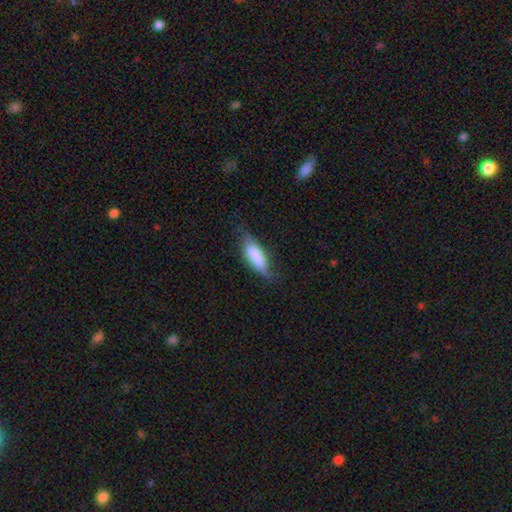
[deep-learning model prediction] smooth-or-featured: smooth: 76% | featured or disk: 18% | star or artifact: 6%
  how-rounded: in between: 65% | cigar-shaped: 33% | round: 2%
  merging: none: 57% | minor disturbance: 31% | major disturbance: 9% | merger: 2%